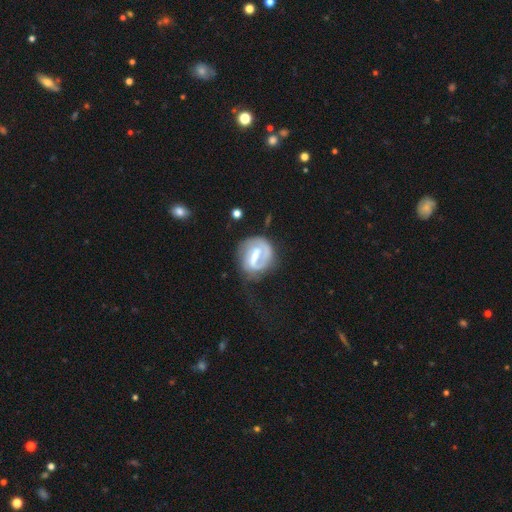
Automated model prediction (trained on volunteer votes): This appears to be a featured or disk galaxy (74%) with a strong bar (50%), 2 (45%) tight (46%) spiral arms (80%) and a moderate central bulge (38%). Merging: none (57%).